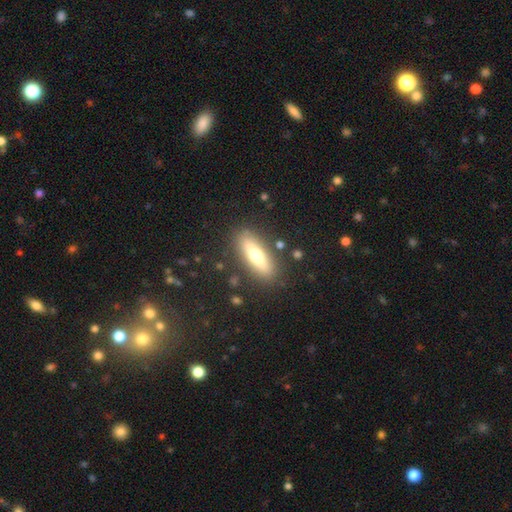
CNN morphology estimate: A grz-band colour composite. It shows a smooth galaxy with no disk features (59%) that is cigar-shaped (50%). Merging: none (85%).